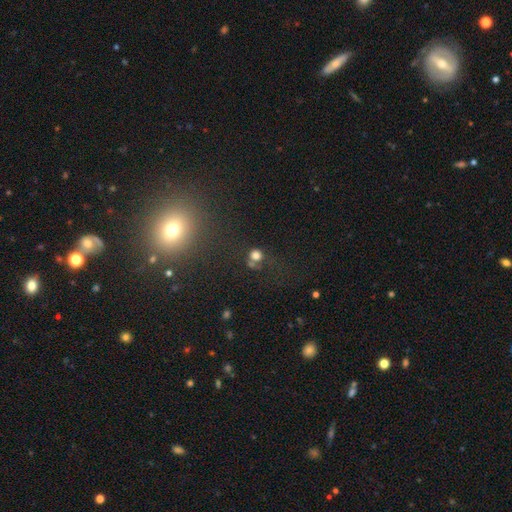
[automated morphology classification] smooth_or_featured: smooth (p=0.72) [alt: star or artifact p=0.18]
how_rounded: round (p=0.82) [alt: in between p=0.17]
merging: none (p=0.51) [alt: merger p=0.22]